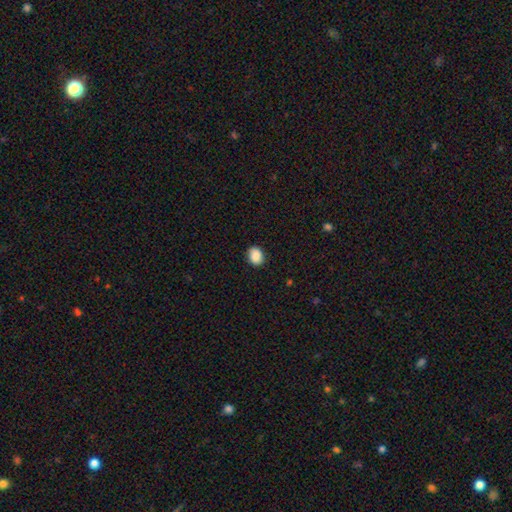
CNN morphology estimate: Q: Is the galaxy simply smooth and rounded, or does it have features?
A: smooth — 87%.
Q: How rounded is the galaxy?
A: in between — 56%.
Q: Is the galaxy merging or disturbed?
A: none — 85%.